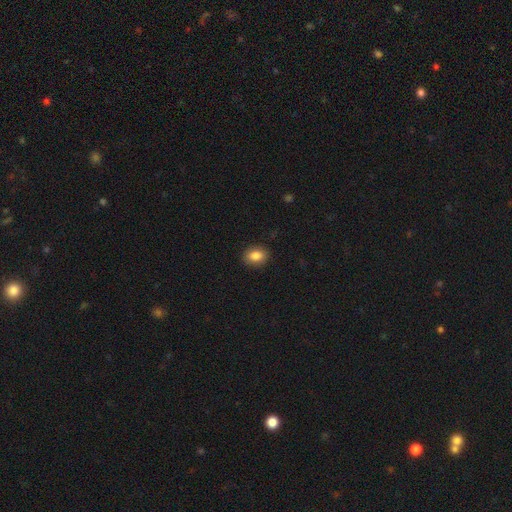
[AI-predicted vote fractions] A smooth galaxy with no disk features (86%) that is in between round and cigar-shaped (66%).

Vote fractions:
- Smooth or featured? smooth: 86% / star or artifact: 9% / featured or disk: 5%
- How rounded? in between: 66% / round: 33% / cigar-shaped: 1%
- Merging? none: 89% / minor disturbance: 8% / major disturbance: 2% / merger: 1%